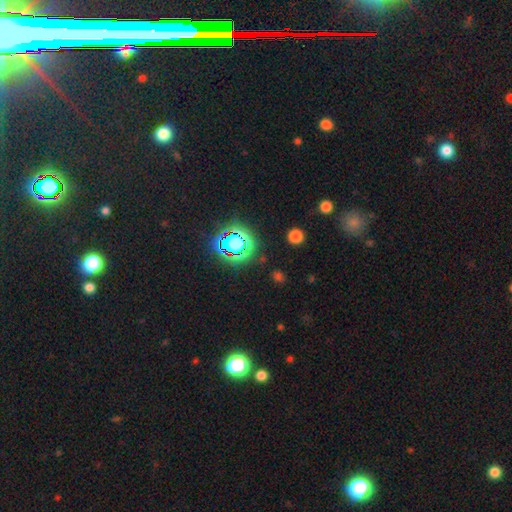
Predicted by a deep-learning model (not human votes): smooth_or_featured: star or artifact (p=0.77) [alt: smooth p=0.15]